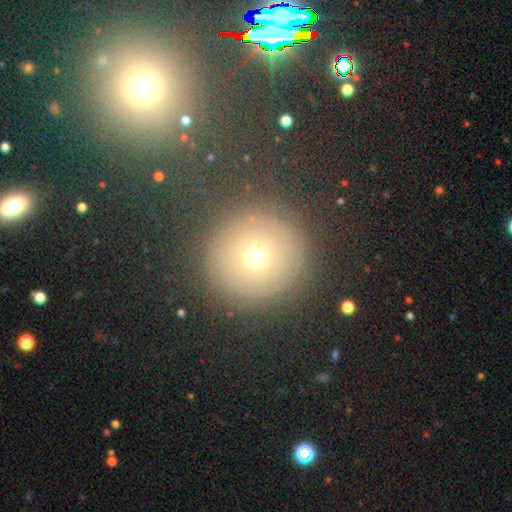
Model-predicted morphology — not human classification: smooth_or_featured: smooth (p=0.47) [alt: featured or disk p=0.27]
merging: none (p=0.88) [alt: minor disturbance p=0.07]